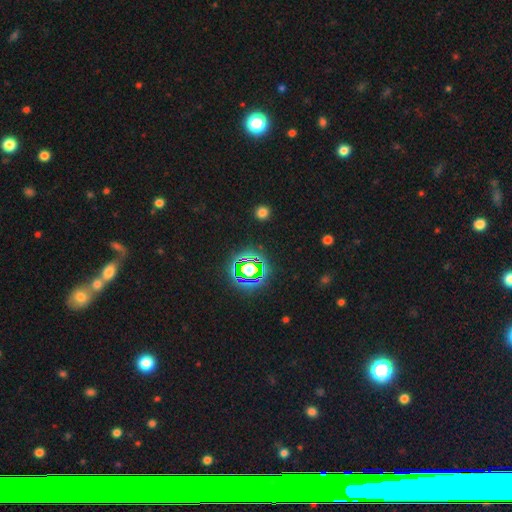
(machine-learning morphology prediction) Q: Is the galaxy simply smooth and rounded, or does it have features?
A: star or artifact — 75%.